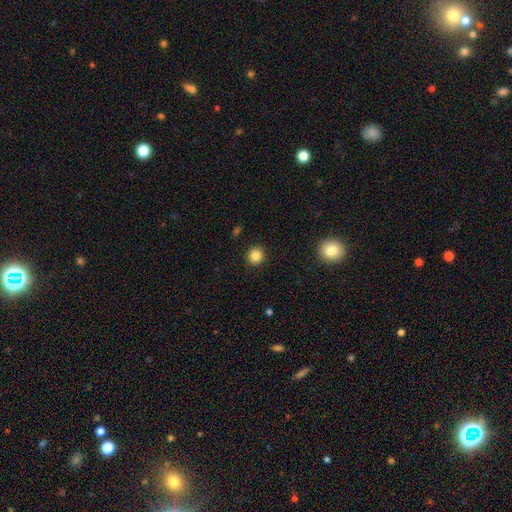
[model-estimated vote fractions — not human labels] A smooth galaxy with no disk features (84%) that is round (91%). Merging: none (92%).